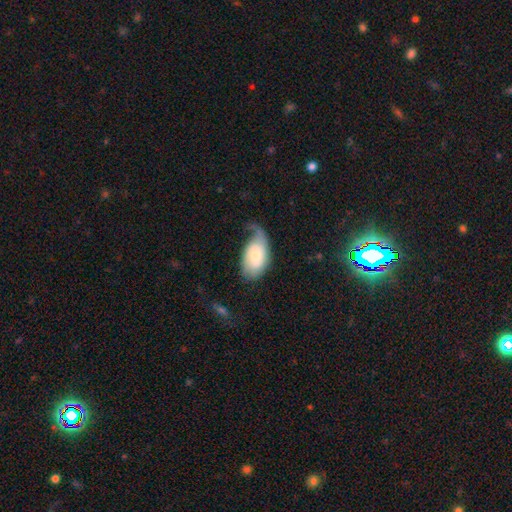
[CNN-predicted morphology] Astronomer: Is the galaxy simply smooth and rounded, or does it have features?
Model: featured or disk — 53% (runner-up: smooth, 41%).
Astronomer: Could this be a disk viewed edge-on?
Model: no — 95%.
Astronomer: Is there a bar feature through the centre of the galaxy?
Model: no — 56% (runner-up: weak, 37%).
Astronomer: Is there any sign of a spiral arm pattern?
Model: yes — 85%.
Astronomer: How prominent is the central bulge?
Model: moderate — 44% (runner-up: small, 40%).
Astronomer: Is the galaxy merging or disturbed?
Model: minor disturbance — 34% (runner-up: major disturbance, 32%).